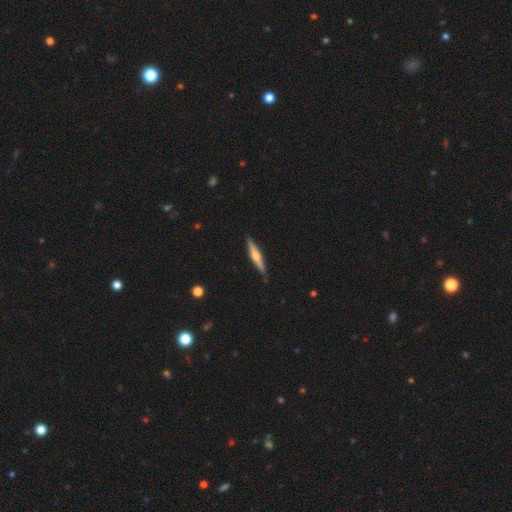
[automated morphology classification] This appears to be a featured or disk galaxy (64%) viewed edge-on (97%) with a rounded central bulge (88%). Merging: none (88%).